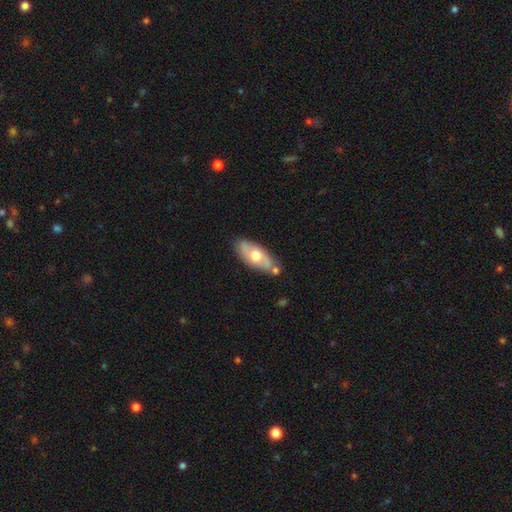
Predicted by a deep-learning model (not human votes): Smooth or featured: featured or disk — 51% (smooth — 44%)
Edge-on disk: no — 76% (yes — 24%)
Merging: none — 68% (minor disturbance — 18%)